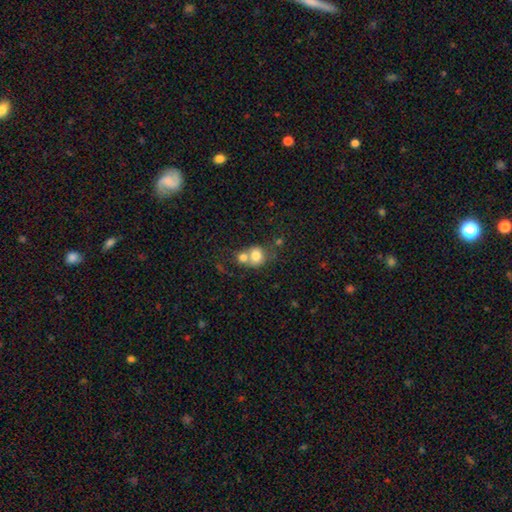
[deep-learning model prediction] Q: Smooth or featured?
A: smooth (76%); runner-up: featured or disk (14%)
Q: How rounded?
A: round (73%); runner-up: in between (26%)
Q: Merging?
A: merger (57%); runner-up: none (31%)